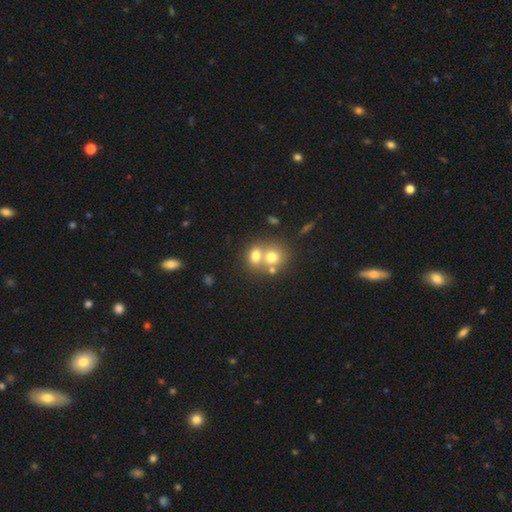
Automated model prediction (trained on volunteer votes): Smooth or featured?
  - smooth: 70% *
  - featured or disk: 18%
  - star or artifact: 13%
How rounded?
  - round: 64% *
  - in between: 35%
  - cigar-shaped: 1%
Merging?
  - merger: 61% *
  - none: 30%
  - minor disturbance: 6%
  - major disturbance: 3%